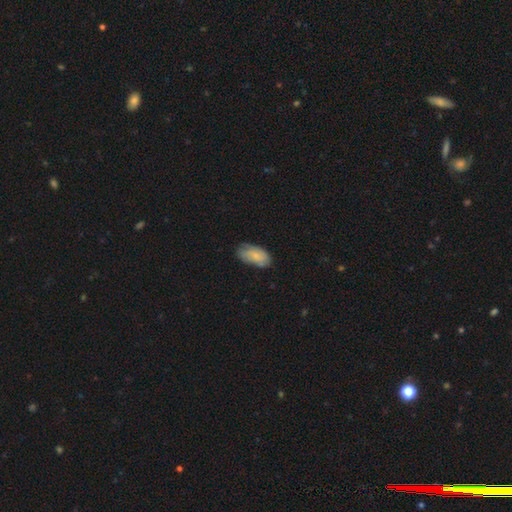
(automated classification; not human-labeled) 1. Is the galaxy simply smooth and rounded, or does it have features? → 75% smooth, 19% featured or disk, 7% star or artifact.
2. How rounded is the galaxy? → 94% in between, 3% cigar-shaped, 3% round.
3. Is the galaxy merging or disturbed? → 64% none, 28% minor disturbance, 6% major disturbance, 1% merger.